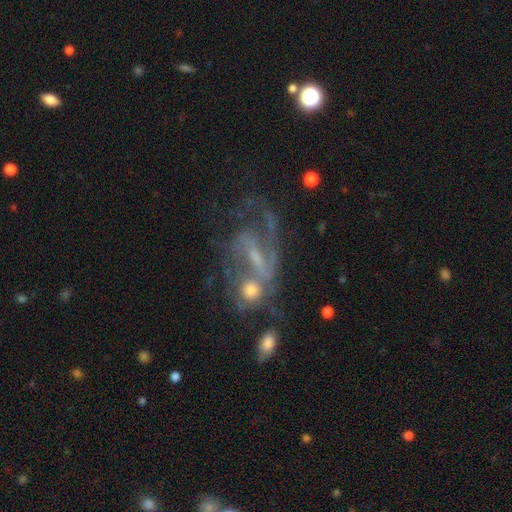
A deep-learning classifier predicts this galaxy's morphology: This is likely a featured or disk galaxy (79%). It is clearly not viewed edge-on (95%). Bar: marginally weak (45%). Spiral arm pattern: clearly yes (82%). Spiral arm count: possibly 2 (50%). Spiral winding: possibly medium (45%). Central bulge: possibly small (53%). Merging: marginally merger (33%).